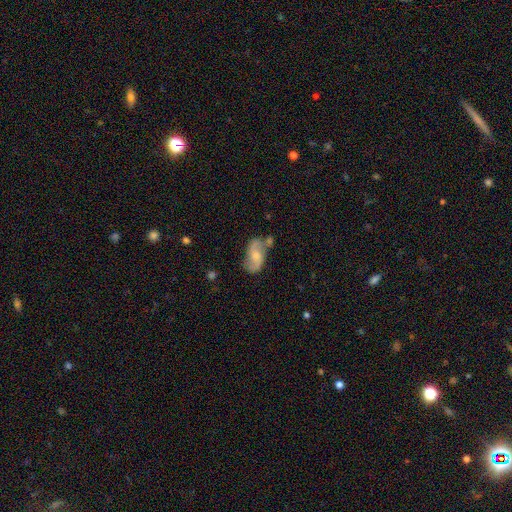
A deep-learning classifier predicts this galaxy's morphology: type=featured or disk (65%); edge-on=no (96%); bar=no (58%); spiral arms=yes (90%); winding=loose (56%); arm count=2 (90%); bulge=moderate (45%); merging=none (54%).